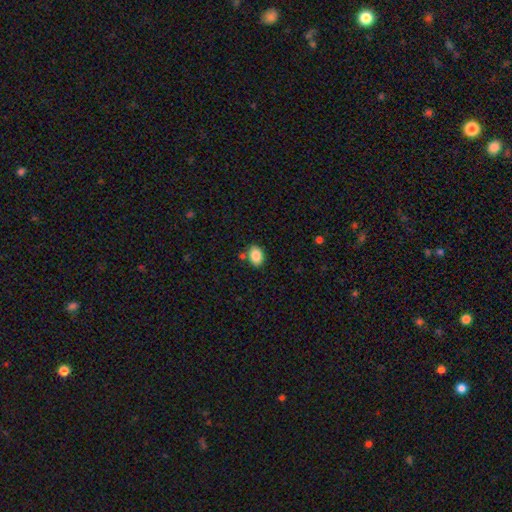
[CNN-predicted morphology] Smooth or featured?
  - smooth: 87% *
  - star or artifact: 8%
  - featured or disk: 5%
How rounded?
  - in between: 79% *
  - round: 20%
  - cigar-shaped: 1%
Merging?
  - none: 78% *
  - minor disturbance: 12%
  - merger: 7%
  - major disturbance: 3%